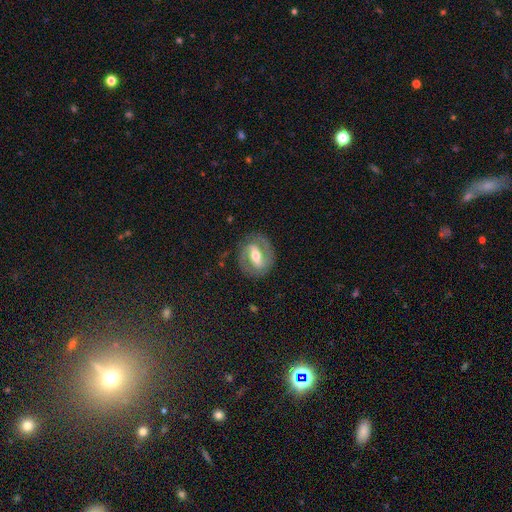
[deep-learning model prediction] The model was most divided on "spiral winding": medium: 47%, tight: 38%, loose: 14%. More confident: edge-on disk — no (95%); spiral arm count — 2 (88%); spiral arms — yes (85%); merging — none (82%); smooth or featured — featured or disk (80%); bulge size — moderate (69%); bar — strong (58%).